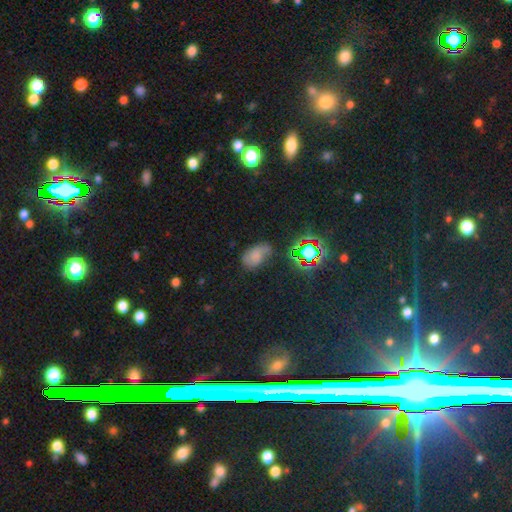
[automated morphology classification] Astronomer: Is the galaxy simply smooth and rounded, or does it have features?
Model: smooth — 49% (runner-up: featured or disk, 27%).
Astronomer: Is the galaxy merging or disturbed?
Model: none — 49% (runner-up: minor disturbance, 31%).